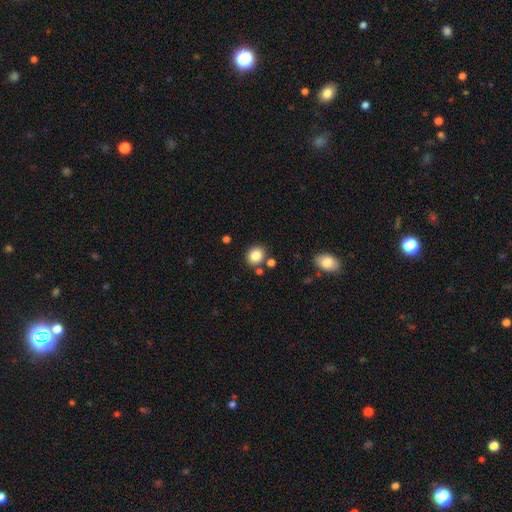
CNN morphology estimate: A smooth galaxy with no disk features (84%) that is round (74%).

Vote fractions:
- Smooth or featured? smooth: 84% / star or artifact: 10% / featured or disk: 6%
- How rounded? round: 74% / in between: 25% / cigar-shaped: 1%
- Merging? none: 79% / minor disturbance: 10% / merger: 9% / major disturbance: 3%